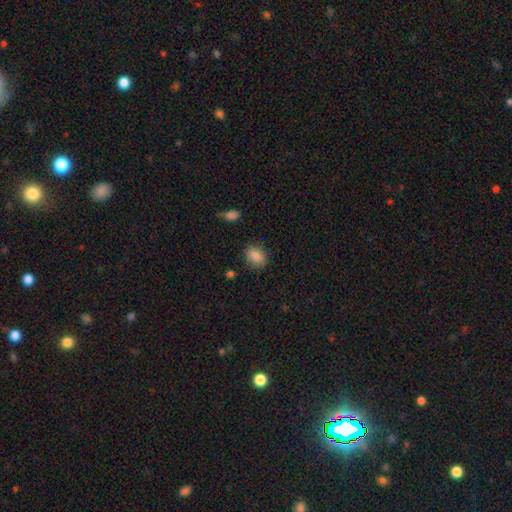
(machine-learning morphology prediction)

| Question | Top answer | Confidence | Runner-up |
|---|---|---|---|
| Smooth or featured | smooth | 85% | star or artifact (9%) |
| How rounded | in between | 54% | round (44%) |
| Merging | none | 84% | minor disturbance (11%) |